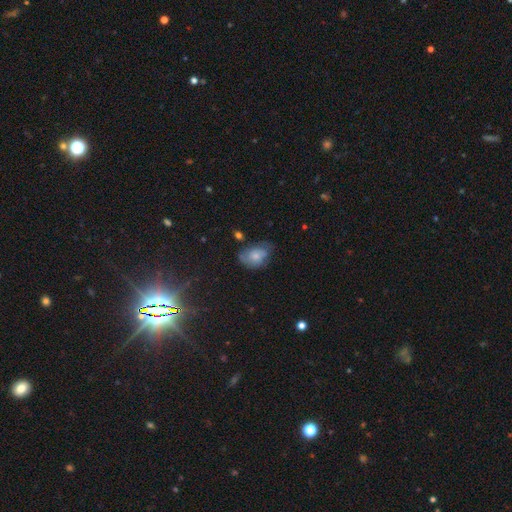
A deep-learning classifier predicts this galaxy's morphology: This appears to be a smooth galaxy with no disk features (59%) that is in between round and cigar-shaped (80%). Merging: none (49%).